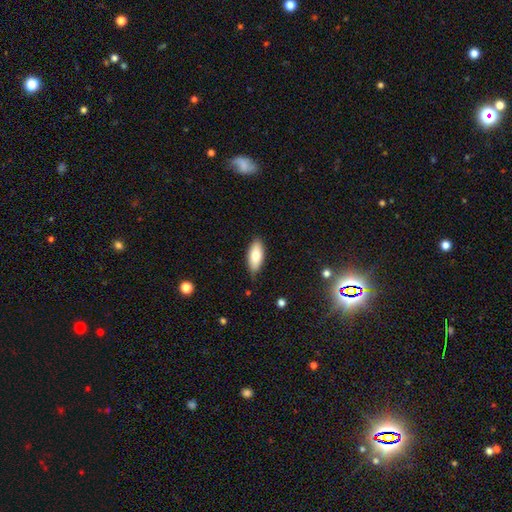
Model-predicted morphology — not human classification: Smooth or featured? Predicted: smooth (p=0.82). How rounded? Predicted: in between (p=0.84). Merging? Predicted: none (p=0.80).